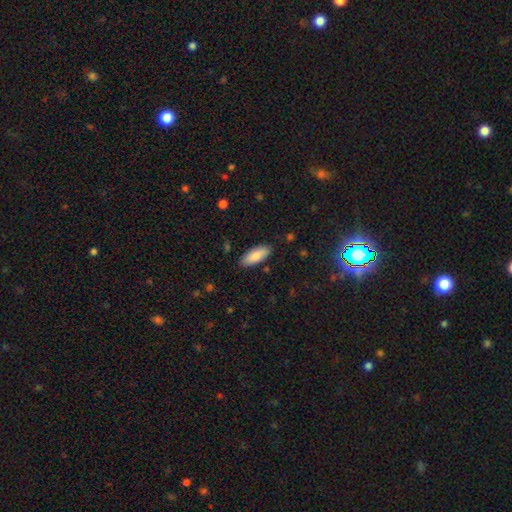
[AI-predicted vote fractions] Morphology: type=smooth (87%); roundness=in between (79%); merging=none (86%).